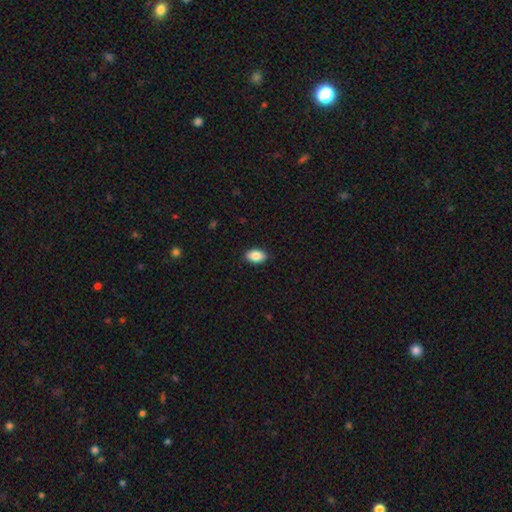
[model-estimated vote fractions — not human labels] Smooth or featured: smooth — 88% (star or artifact — 7%)
How rounded: in between — 90% (round — 8%)
Merging: none — 90% (minor disturbance — 8%)